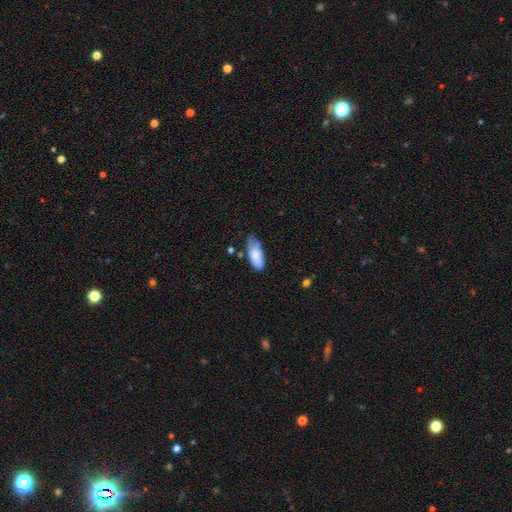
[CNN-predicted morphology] smooth 80%, featured or disk 14%, star or artifact 6%. Down the decision tree: how rounded — in between (83%); merging — none (46%).